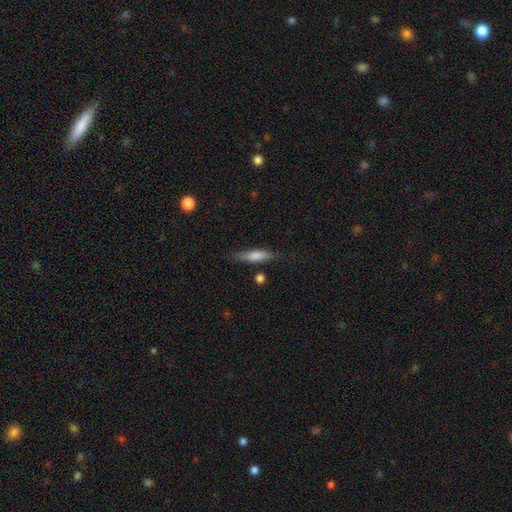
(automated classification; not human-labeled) The model was most divided on "how rounded": cigar-shaped: 68%, in between: 30%, round: 2%. More confident: merging — none (75%); smooth or featured — smooth (72%).